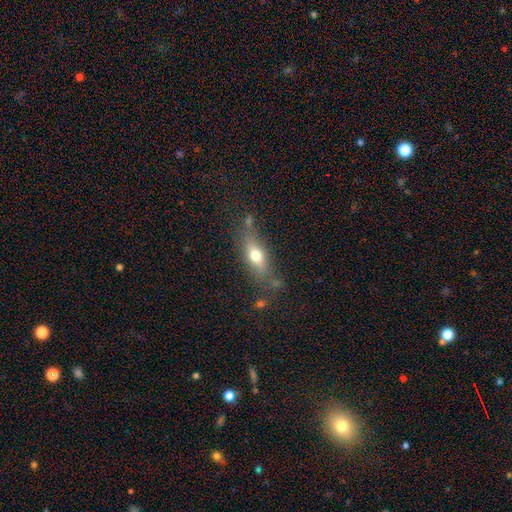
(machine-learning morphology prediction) Smooth or featured? Predicted: smooth (p=0.60). How rounded? Predicted: in between (p=0.59). Merging? Predicted: none (p=0.69).